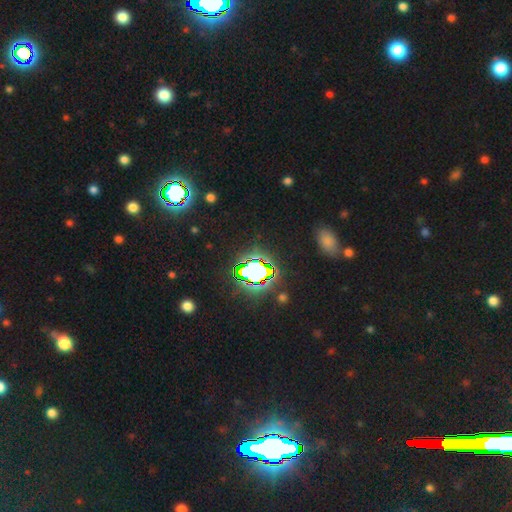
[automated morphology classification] A star or artifact, not a galaxy (76%).

Vote fractions:
- Smooth or featured? star or artifact: 76% / smooth: 14% / featured or disk: 9%